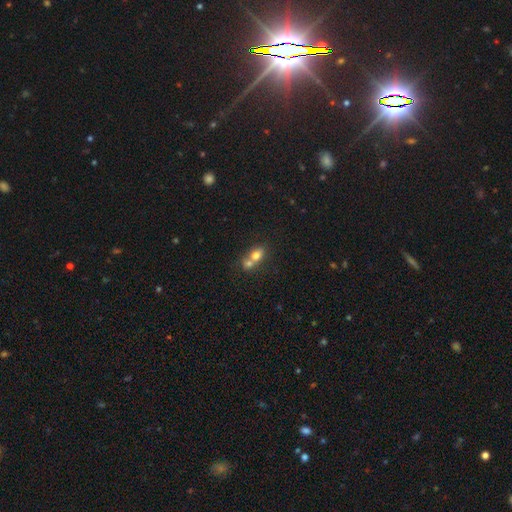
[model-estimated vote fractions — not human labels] Smooth or featured? smooth (72%)
How rounded? in between (52%)
Merging? merger (66%)